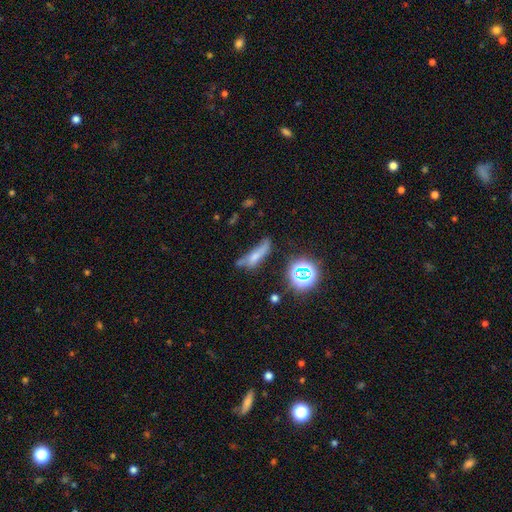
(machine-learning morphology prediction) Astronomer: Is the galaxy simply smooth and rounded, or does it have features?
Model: smooth — 52% (runner-up: featured or disk, 28%).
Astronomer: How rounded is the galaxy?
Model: cigar-shaped — 55% (runner-up: in between, 38%).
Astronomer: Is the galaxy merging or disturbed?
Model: none — 39% (runner-up: minor disturbance, 28%).